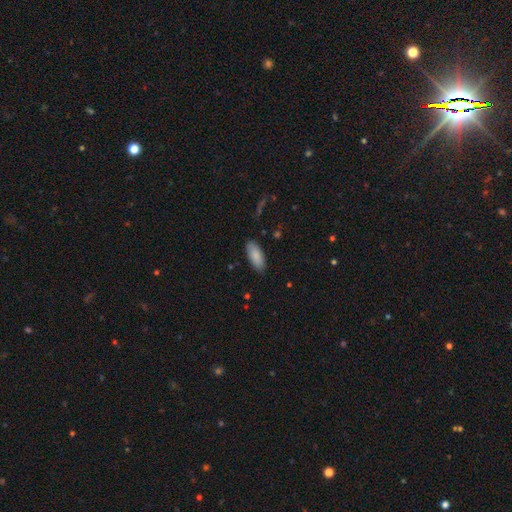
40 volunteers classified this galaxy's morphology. Smooth or featured: smooth — 85% (featured or disk — 10%)
How rounded: in between — 79% (cigar-shaped — 21%)
Merging: none — 87% (minor disturbance — 8%)